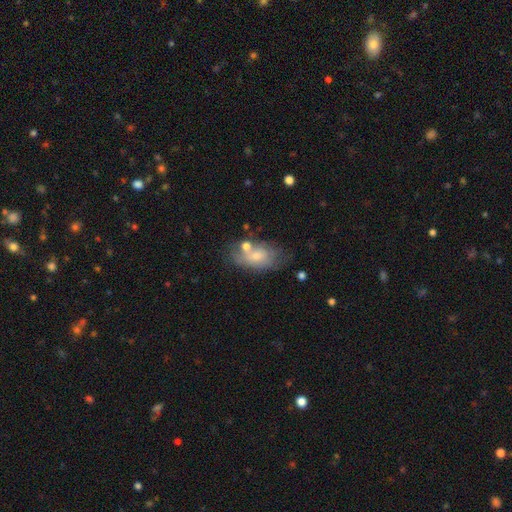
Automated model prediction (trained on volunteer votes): Smooth or featured? smooth (60%)
How rounded? in between (89%)
Merging? none (45%)